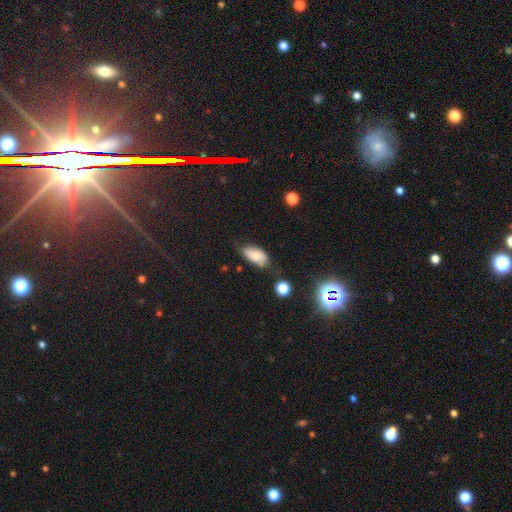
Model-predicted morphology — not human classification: Smooth or featured? smooth (73%)
How rounded? in between (92%)
Merging? none (64%)